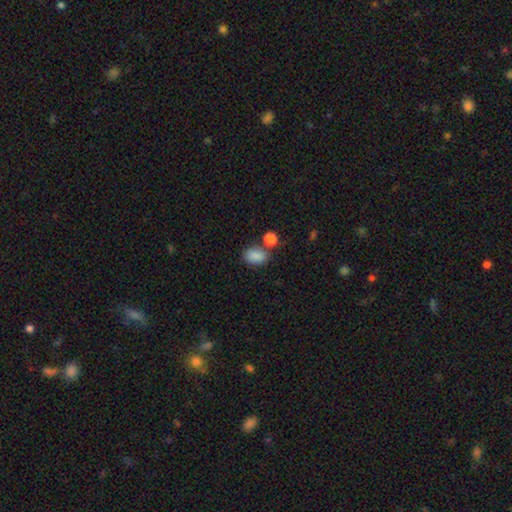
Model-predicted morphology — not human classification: Overall: smooth (86%). How rounded: in between (82%). Merging: none (64%).